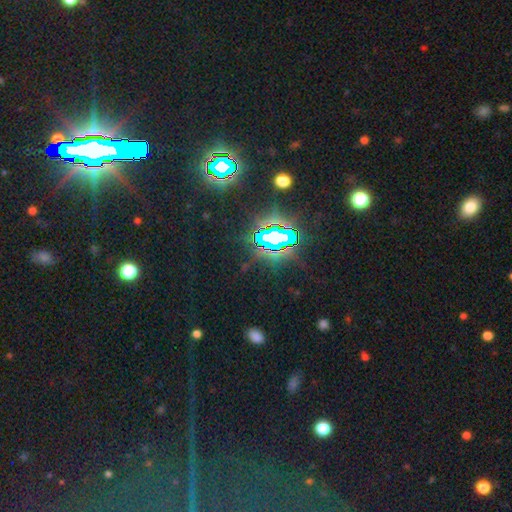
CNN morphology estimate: type=star or artifact (83%).